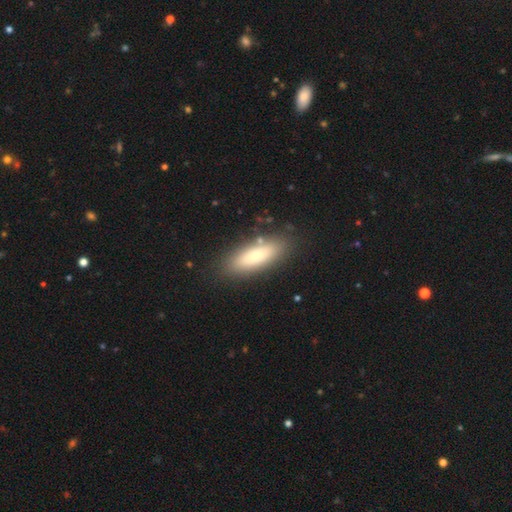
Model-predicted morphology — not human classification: This is likely a smooth galaxy (78%). How rounded: possibly in between (59%). Merging: clearly none (83%).